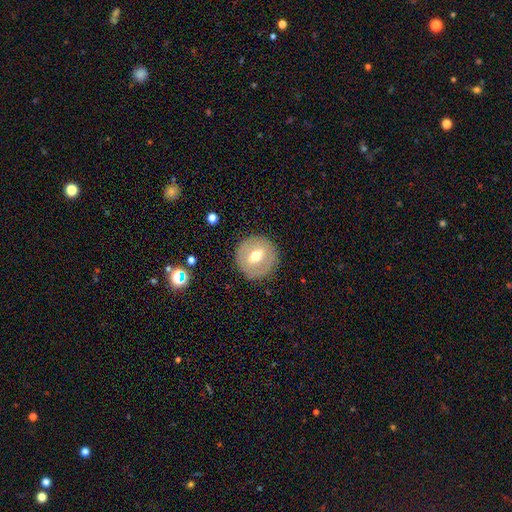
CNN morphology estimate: Q: Smooth or featured?
A: smooth (47%); runner-up: featured or disk (45%)
Q: Merging?
A: none (88%); runner-up: minor disturbance (8%)